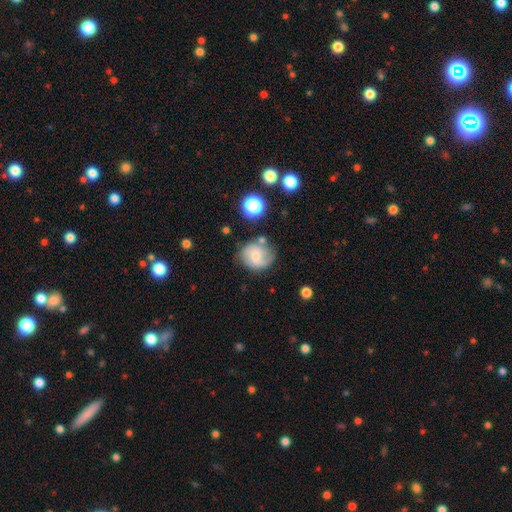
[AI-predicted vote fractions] This is possibly a smooth galaxy (50%). Merging: likely none (62%).